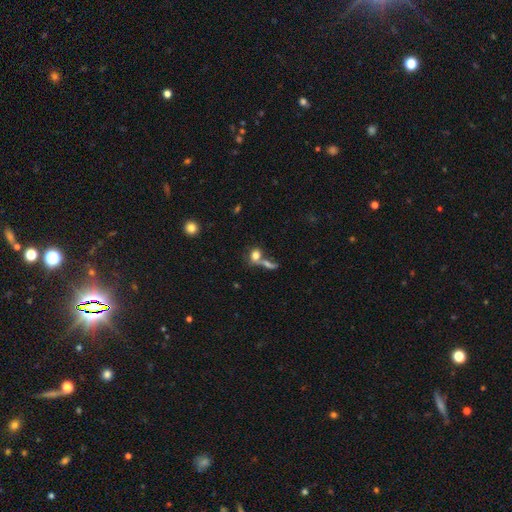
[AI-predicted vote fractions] smooth-or-featured: smooth: 75% | featured or disk: 13% | star or artifact: 13%
  how-rounded: round: 51% | in between: 44% | cigar-shaped: 5%
  merging: none: 42% | merger: 41% | minor disturbance: 10% | major disturbance: 7%